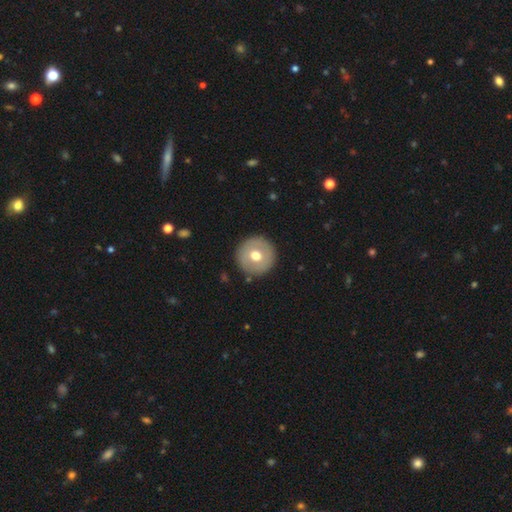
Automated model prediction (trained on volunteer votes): The model was most divided on "smooth or featured": smooth: 62%, featured or disk: 31%, star or artifact: 7%. More confident: how rounded — round (96%); merging — none (91%).